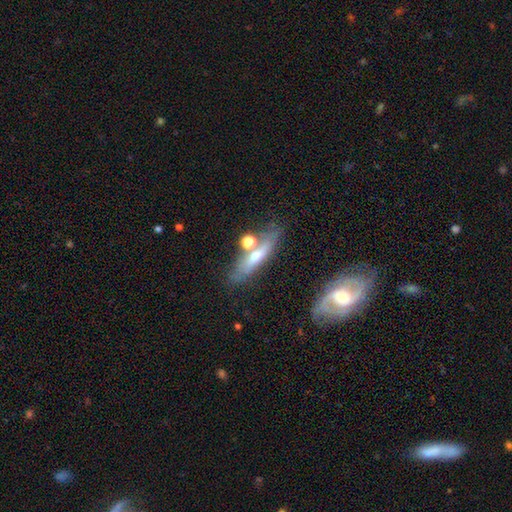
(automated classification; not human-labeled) This is possibly a featured or disk galaxy (50%). It is likely viewed edge-on (65%). Merging: likely none (66%).